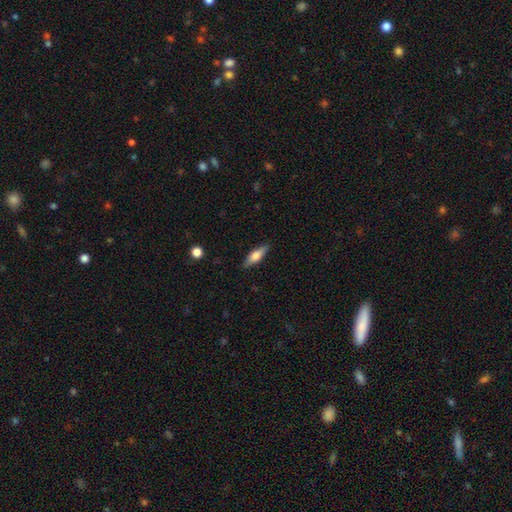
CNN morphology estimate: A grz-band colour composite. It shows a smooth galaxy with no disk features (57%) that is cigar-shaped (52%). Merging: none (87%).